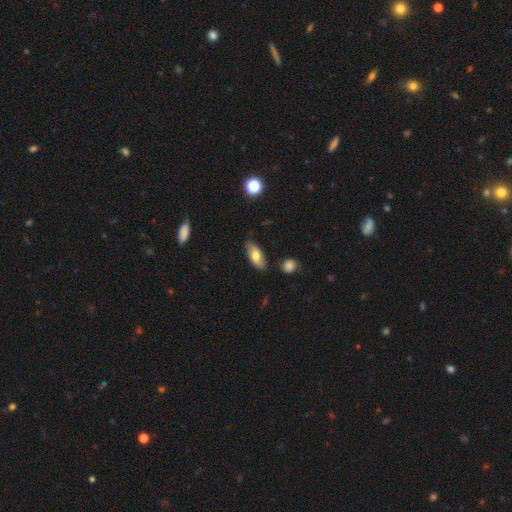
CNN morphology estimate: This appears to be a smooth galaxy with no disk features (74%) that is in between round and cigar-shaped (82%). Merging: none (80%).